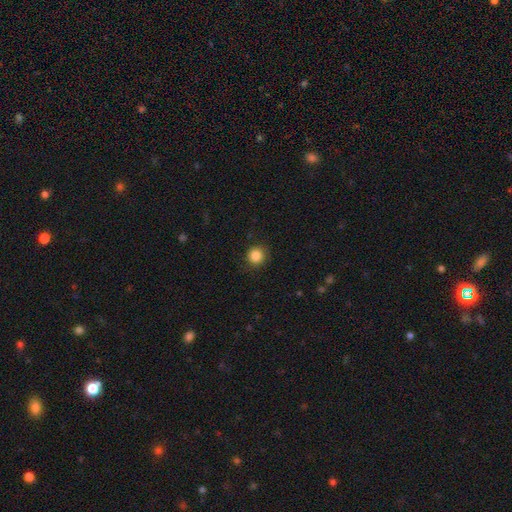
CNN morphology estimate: smooth_or_featured: smooth (p=0.86) [alt: star or artifact p=0.11]
how_rounded: round (p=0.93) [alt: in between p=0.06]
merging: none (p=0.89) [alt: minor disturbance p=0.07]